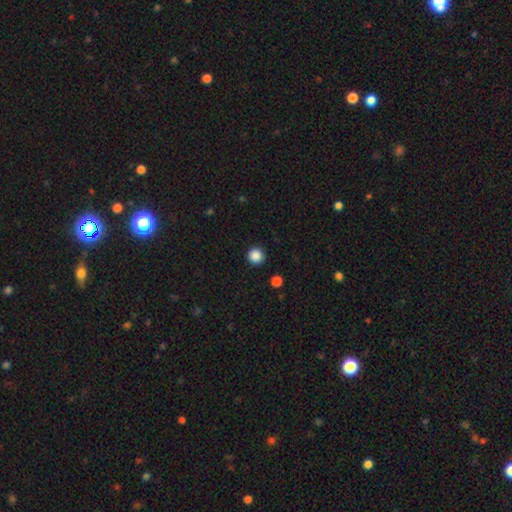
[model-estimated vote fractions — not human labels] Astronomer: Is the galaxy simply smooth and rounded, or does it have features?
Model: smooth — 87%.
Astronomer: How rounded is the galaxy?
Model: round — 96%.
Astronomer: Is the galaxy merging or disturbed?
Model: none — 92%.